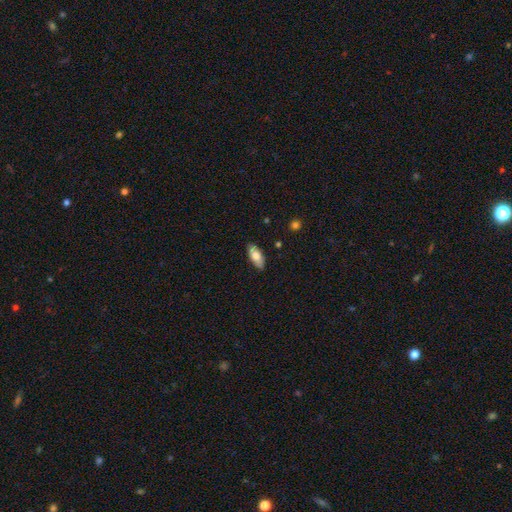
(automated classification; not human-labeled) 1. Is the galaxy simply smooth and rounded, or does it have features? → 75% smooth, 19% featured or disk, 6% star or artifact.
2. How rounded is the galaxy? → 84% in between, 13% cigar-shaped, 2% round.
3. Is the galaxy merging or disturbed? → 87% none, 10% minor disturbance, 2% major disturbance, 1% merger.